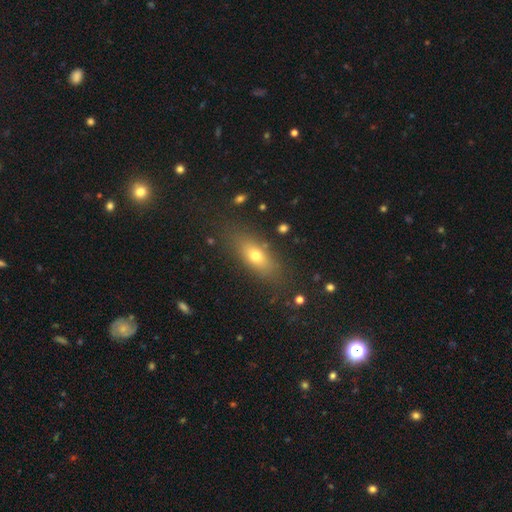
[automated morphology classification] Smooth or featured? Predicted: smooth (p=0.68). How rounded? Predicted: in between (p=0.66). Merging? Predicted: none (p=0.81).